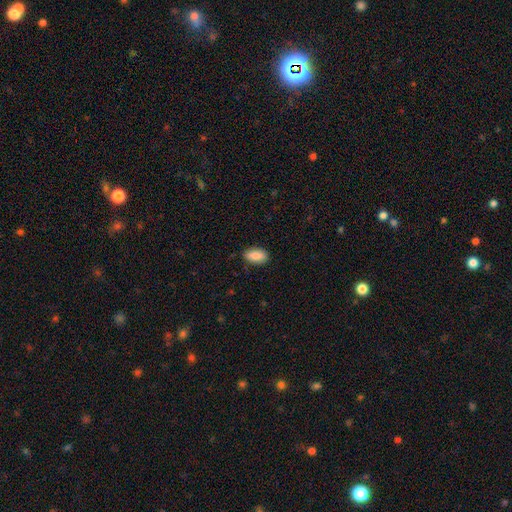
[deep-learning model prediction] smooth-or-featured: smooth: 86% | featured or disk: 8% | star or artifact: 7%
  how-rounded: in between: 90% | cigar-shaped: 6% | round: 4%
  merging: none: 81% | minor disturbance: 16% | major disturbance: 3% | merger: 1%